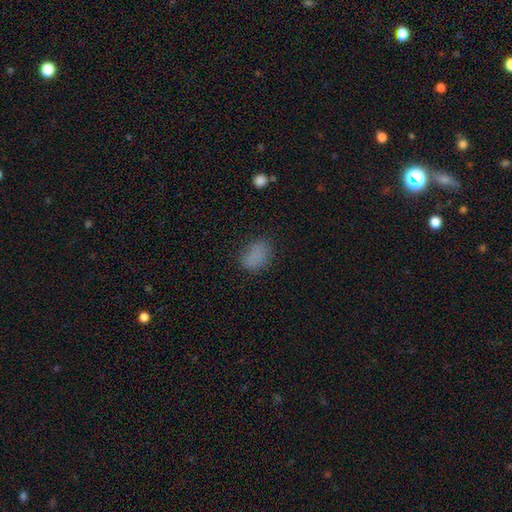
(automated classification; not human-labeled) This is likely a smooth galaxy (80%). How rounded: likely in between (79%). Merging: likely none (76%).